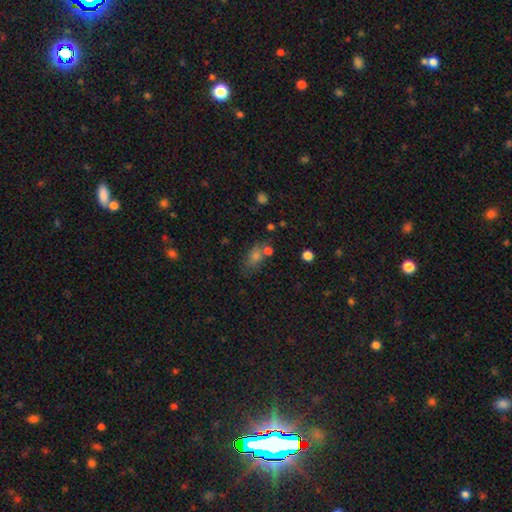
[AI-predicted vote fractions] smooth_or_featured: smooth (p=0.65) [alt: star or artifact p=0.22]
how_rounded: in between (p=0.71) [alt: round p=0.22]
merging: none (p=0.58) [alt: merger p=0.21]